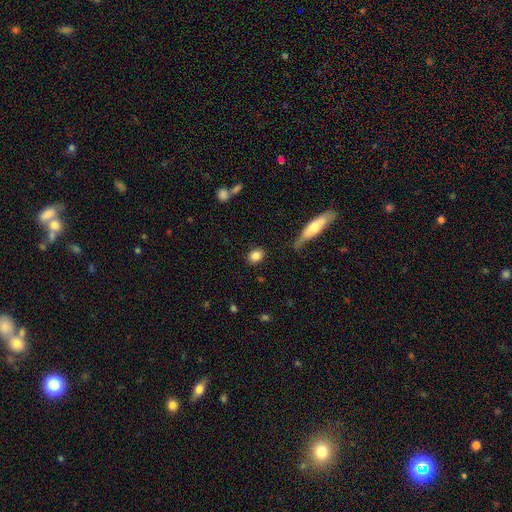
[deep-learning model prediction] Smooth or featured? smooth (85%)
How rounded? round (53%)
Merging? none (86%)